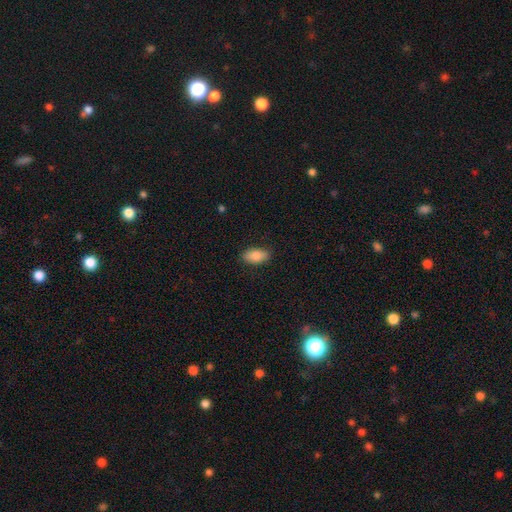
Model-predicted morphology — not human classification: smooth 87%, star or artifact 7%, featured or disk 6%. Down the decision tree: how rounded — in between (92%); merging — none (87%).